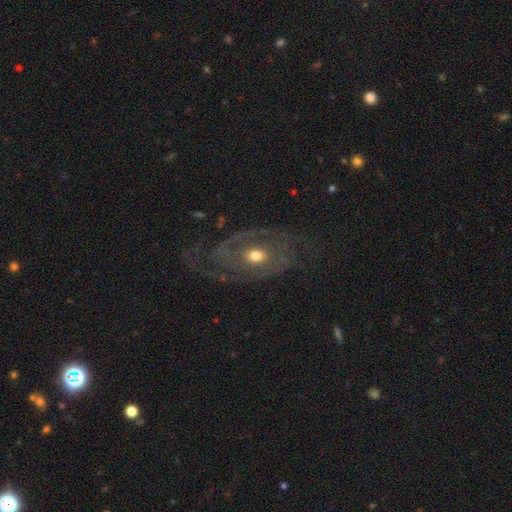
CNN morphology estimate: This appears to be a featured or disk galaxy (80%) with no bar (71%), 2 (48%) tight (44%) spiral arms (80%) and a moderate central bulge (67%). Merging: none (64%).